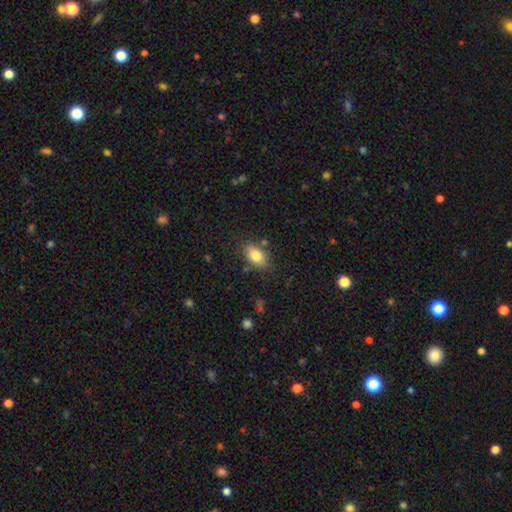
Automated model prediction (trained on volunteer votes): This appears to be a smooth galaxy with no disk features (81%) that is in between round and cigar-shaped (89%). Merging: none (79%).